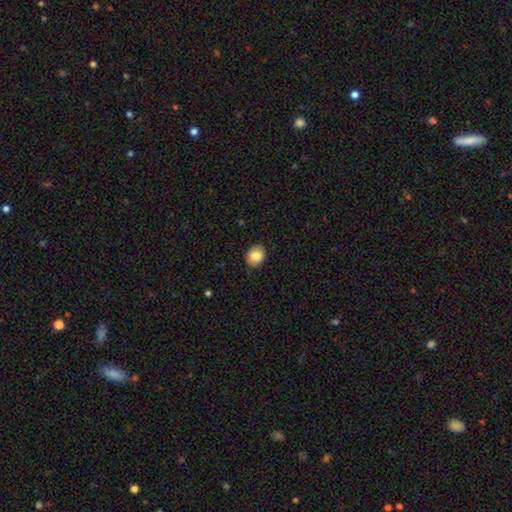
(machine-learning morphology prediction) A smooth galaxy with no disk features (85%) that is round (50%). Merging: none (85%).